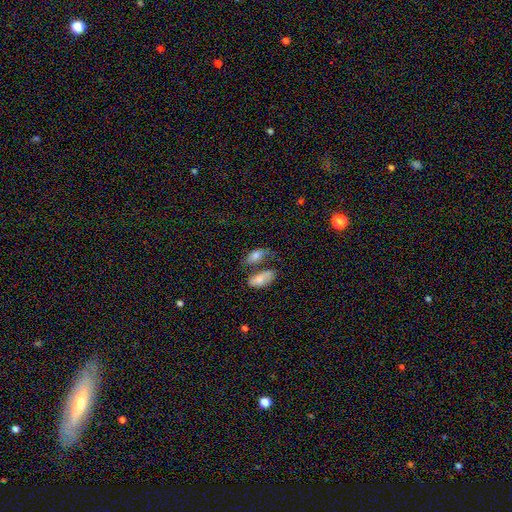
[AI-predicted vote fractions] Smooth or featured? Predicted: smooth (p=0.74). How rounded? Predicted: in between (p=0.89). Merging? Predicted: merger (p=0.41).